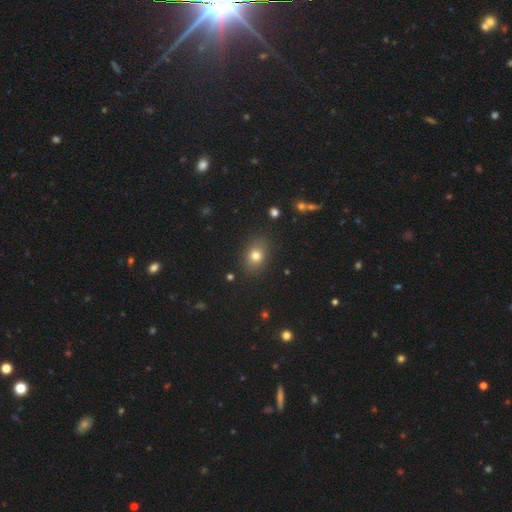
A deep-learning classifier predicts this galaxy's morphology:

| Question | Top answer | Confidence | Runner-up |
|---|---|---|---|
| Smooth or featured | smooth | 77% | star or artifact (14%) |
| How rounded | in between | 53% | round (45%) |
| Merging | none | 86% | minor disturbance (9%) |